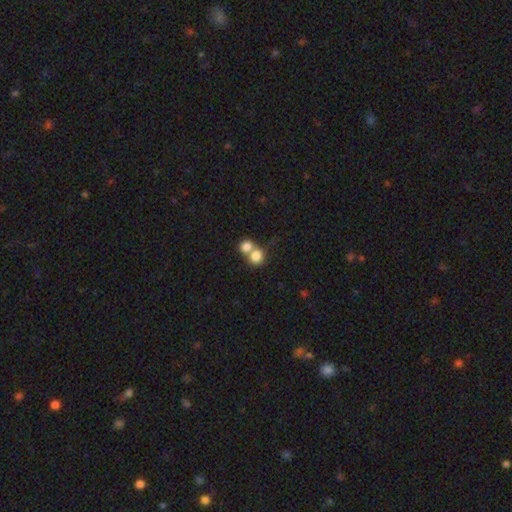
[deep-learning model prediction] A smooth galaxy with no disk features (81%) that is round (78%).

Vote fractions:
- Smooth or featured? smooth: 81% / star or artifact: 10% / featured or disk: 10%
- How rounded? round: 78% / in between: 21% / cigar-shaped: 1%
- Merging? merger: 59% / none: 33% / minor disturbance: 5% / major disturbance: 3%